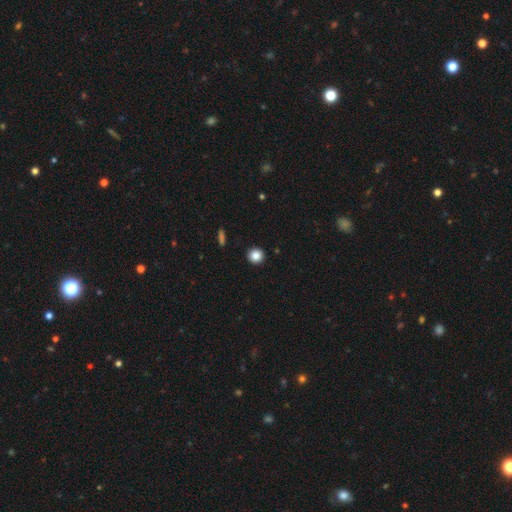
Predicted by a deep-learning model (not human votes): smooth-or-featured: smooth: 86% | star or artifact: 10% | featured or disk: 5%
  how-rounded: round: 94% | in between: 5% | cigar-shaped: 1%
  merging: none: 93% | minor disturbance: 5% | major disturbance: 1% | merger: 1%